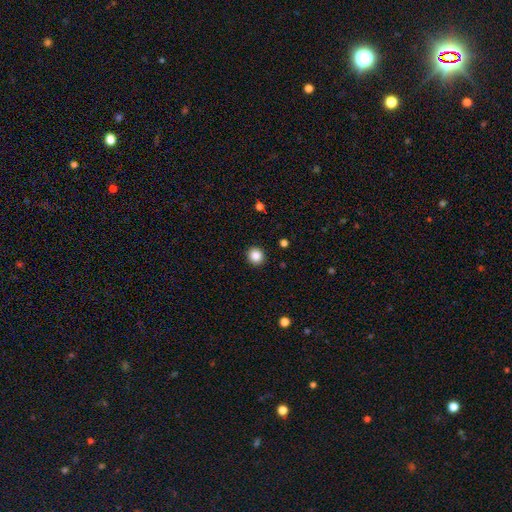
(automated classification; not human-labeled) Smooth or featured?
  - smooth: 86% *
  - star or artifact: 10%
  - featured or disk: 3%
How rounded?
  - round: 91% *
  - in between: 9%
  - cigar-shaped: 1%
Merging?
  - none: 92% *
  - minor disturbance: 5%
  - major disturbance: 2%
  - merger: 1%